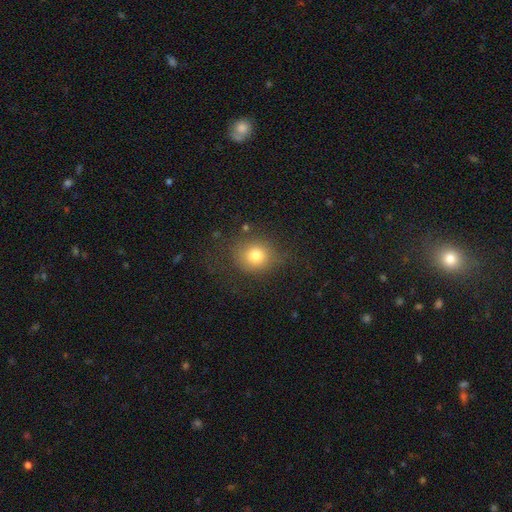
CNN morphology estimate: smooth_or_featured: smooth (p=0.76) [alt: star or artifact p=0.13]
how_rounded: round (p=0.79) [alt: in between p=0.20]
merging: none (p=0.74) [alt: minor disturbance p=0.16]